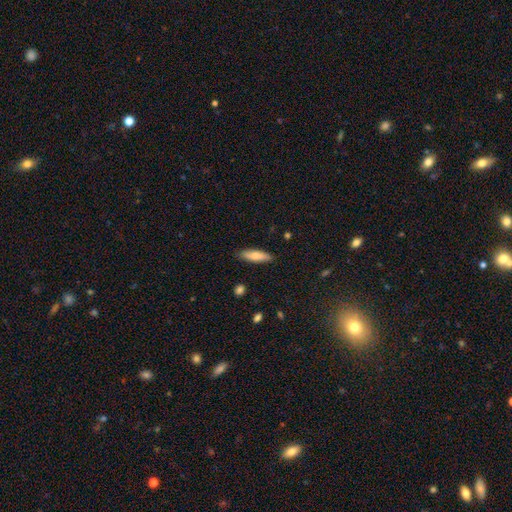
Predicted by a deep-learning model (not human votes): smooth 76%, featured or disk 18%, star or artifact 6%. Down the decision tree: how rounded — cigar-shaped (57%); merging — none (87%).